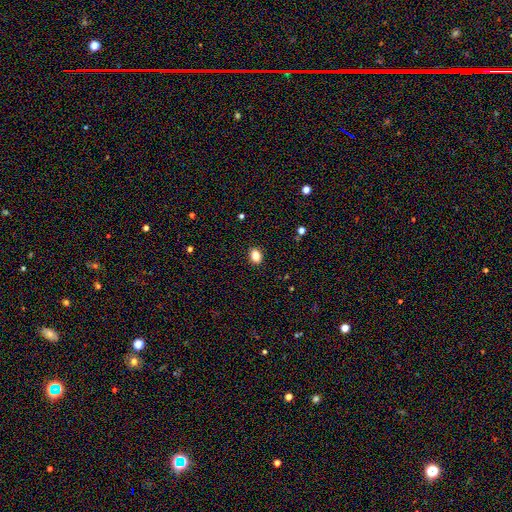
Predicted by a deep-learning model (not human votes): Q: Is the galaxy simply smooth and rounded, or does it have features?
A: smooth — 84%.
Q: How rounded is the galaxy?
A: in between — 65%.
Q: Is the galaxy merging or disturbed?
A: none — 90%.